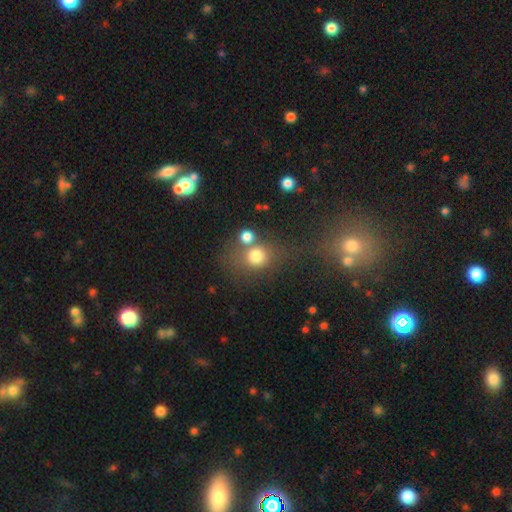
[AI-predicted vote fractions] Smooth or featured: smooth — 75% (star or artifact — 15%)
How rounded: round — 76% (in between — 23%)
Merging: none — 46% (merger — 32%)